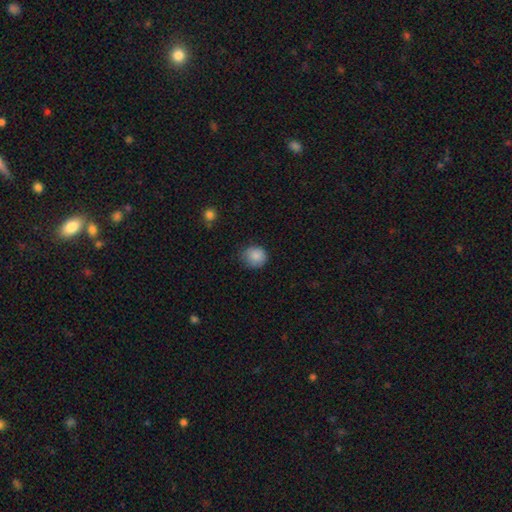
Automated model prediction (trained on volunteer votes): smooth 87%, star or artifact 9%, featured or disk 4%. Down the decision tree: how rounded — round (87%); merging — none (76%).